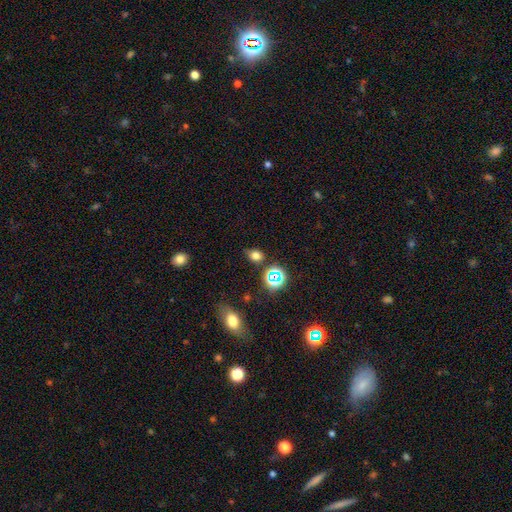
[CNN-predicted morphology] smooth 69%, star or artifact 23%, featured or disk 7%. Down the decision tree: how rounded — round (50%); merging — none (72%).